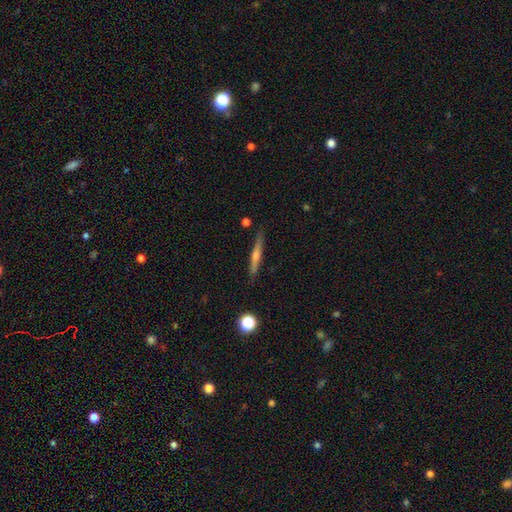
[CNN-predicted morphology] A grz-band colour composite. It shows a featured or disk galaxy (68%) viewed edge-on (97%) with a rounded central bulge (81%). Merging: none (89%).